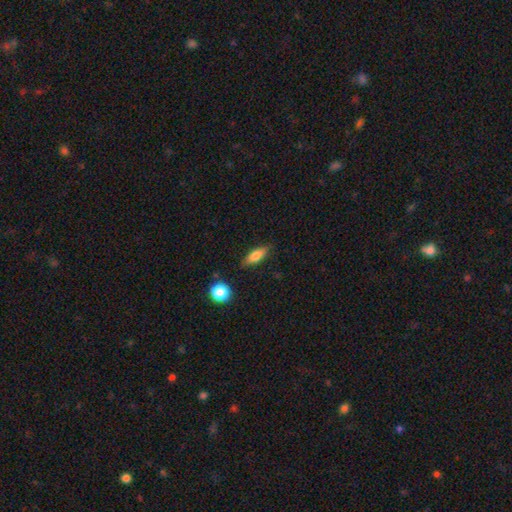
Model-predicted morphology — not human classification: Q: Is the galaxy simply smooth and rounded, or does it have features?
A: smooth — 70%.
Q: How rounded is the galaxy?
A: in between — 57%.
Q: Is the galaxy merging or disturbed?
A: none — 82%.